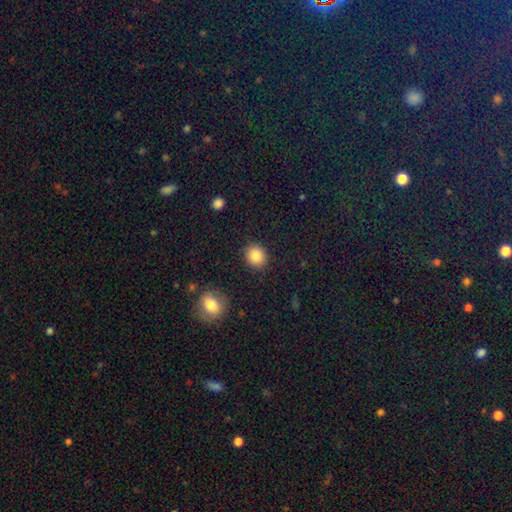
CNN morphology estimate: smooth-or-featured: smooth: 86% | star or artifact: 9% | featured or disk: 5%
  how-rounded: round: 77% | in between: 22% | cigar-shaped: 1%
  merging: none: 89% | minor disturbance: 7% | major disturbance: 2% | merger: 2%